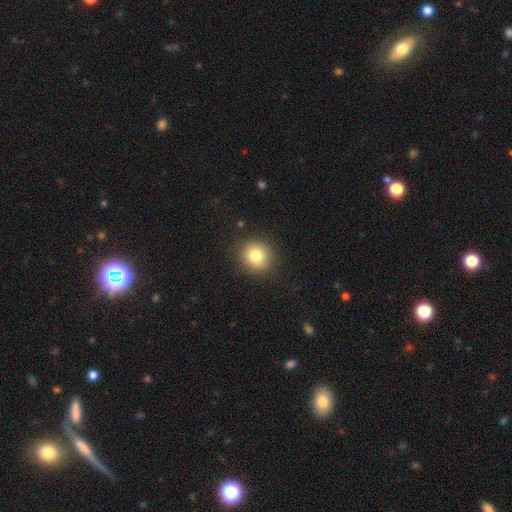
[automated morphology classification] type=smooth (81%); roundness=round (88%); merging=none (90%).